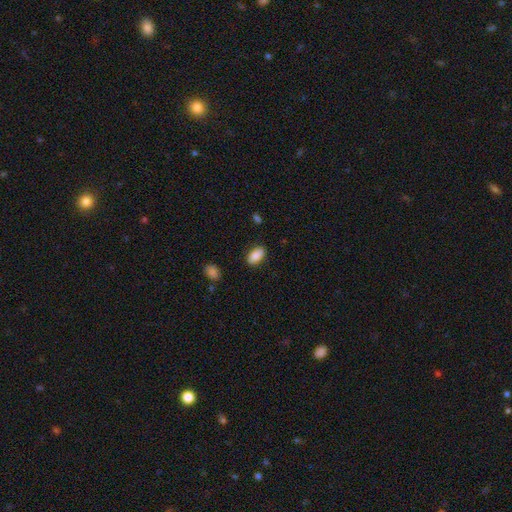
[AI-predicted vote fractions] Overall: smooth (84%). How rounded: in between (92%). Merging: none (85%).